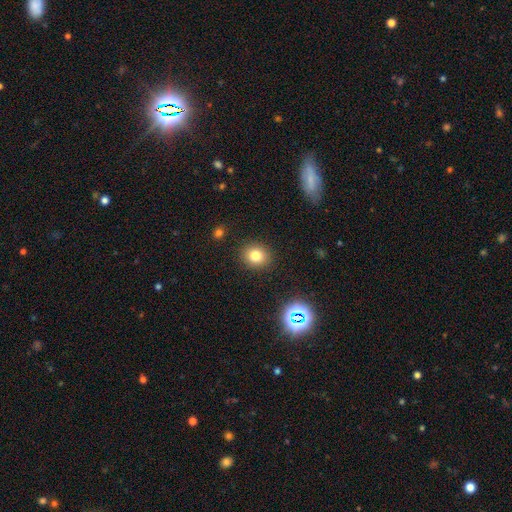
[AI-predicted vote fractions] This is likely a smooth galaxy (79%). How rounded: likely round (74%). Merging: clearly none (89%).